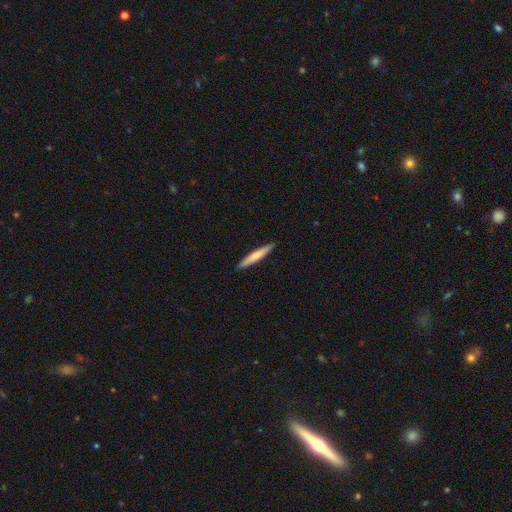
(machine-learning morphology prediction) Smooth or featured? smooth (70%)
How rounded? cigar-shaped (95%)
Merging? none (92%)